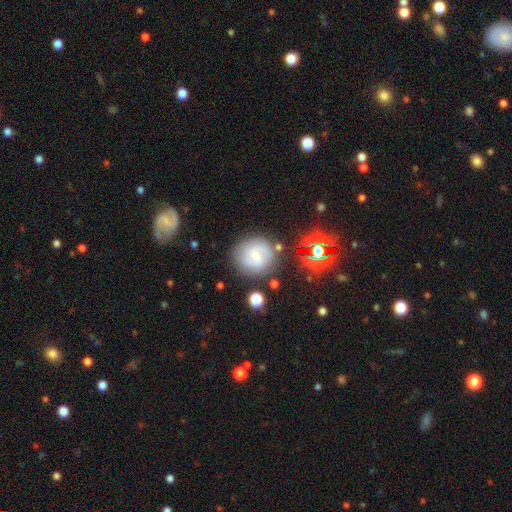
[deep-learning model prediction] Smooth or featured: smooth — 49% (featured or disk — 39%)
Merging: none — 74% (minor disturbance — 14%)